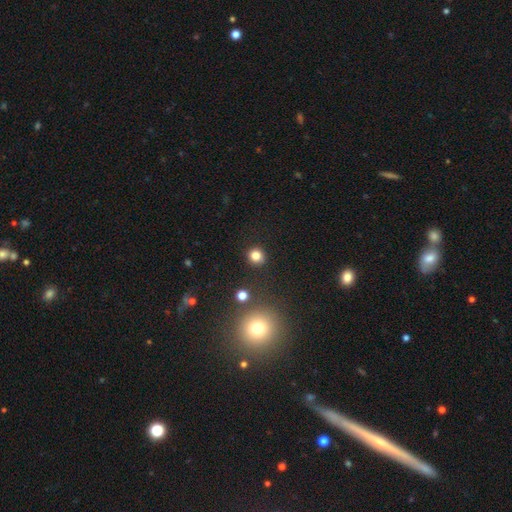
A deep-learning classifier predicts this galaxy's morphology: The model was most divided on "smooth or featured": smooth: 81%, star or artifact: 14%, featured or disk: 6%. More confident: merging — none (90%); how rounded — round (87%).